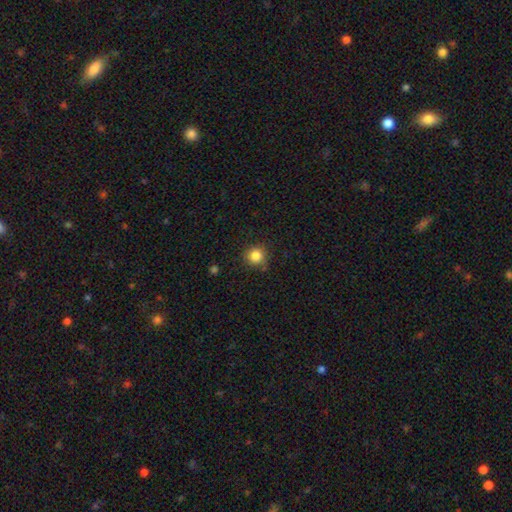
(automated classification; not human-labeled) This appears to be a smooth galaxy with no disk features (84%) that is round (92%). Merging: none (81%).